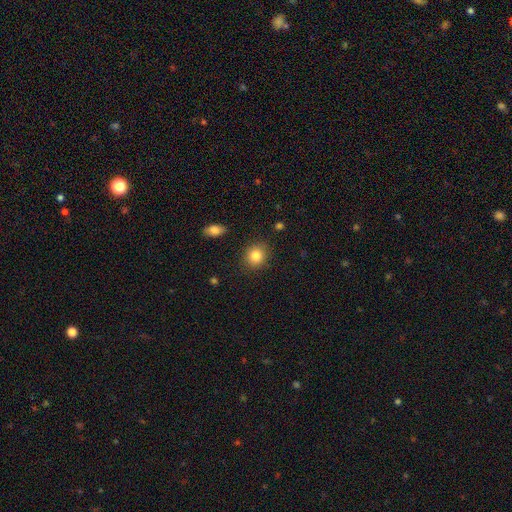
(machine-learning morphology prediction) The model was most divided on "how rounded": round: 79%, in between: 20%, cigar-shaped: 1%. More confident: merging — none (87%); smooth or featured — smooth (84%).